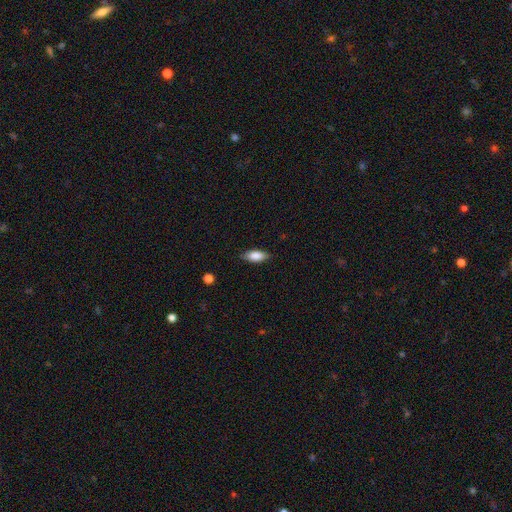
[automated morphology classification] type=smooth (82%); roundness=in between (79%); merging=none (83%).